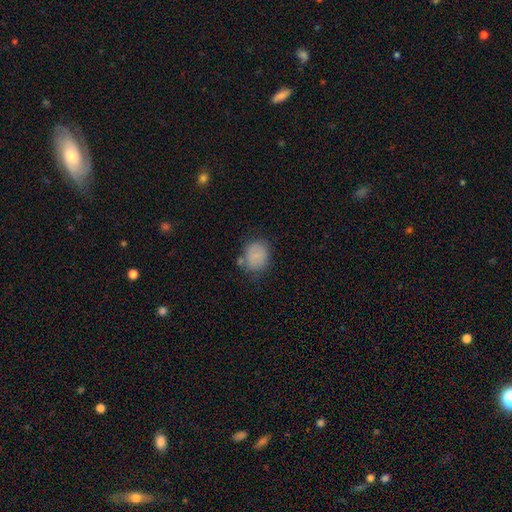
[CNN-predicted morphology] A smooth galaxy with no disk features (80%) that is round (60%).

Vote fractions:
- Smooth or featured? smooth: 80% / featured or disk: 10% / star or artifact: 10%
- How rounded? round: 60% / in between: 39% / cigar-shaped: 1%
- Merging? none: 67% / minor disturbance: 20% / major disturbance: 7% / merger: 6%